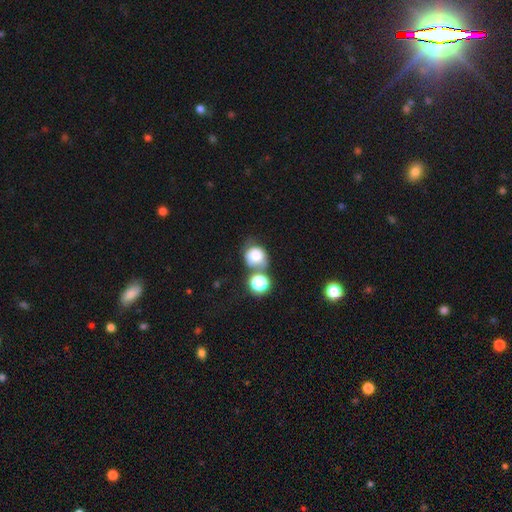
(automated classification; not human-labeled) Overall: smooth (75%). How rounded: round (79%). Merging: none (41%; merger 32%).